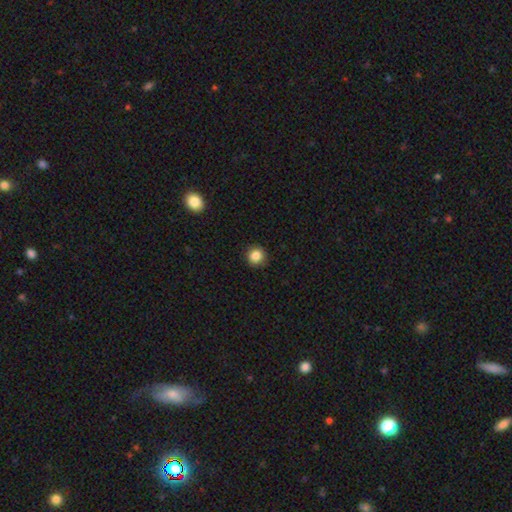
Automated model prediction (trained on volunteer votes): Morphology: type=smooth (85%); roundness=round (93%); merging=none (90%).